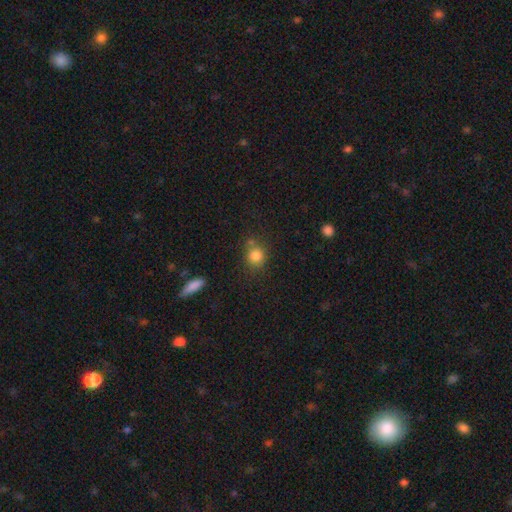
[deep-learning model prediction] smooth 82%, star or artifact 12%, featured or disk 6%. Down the decision tree: how rounded — round (80%); merging — none (67%).